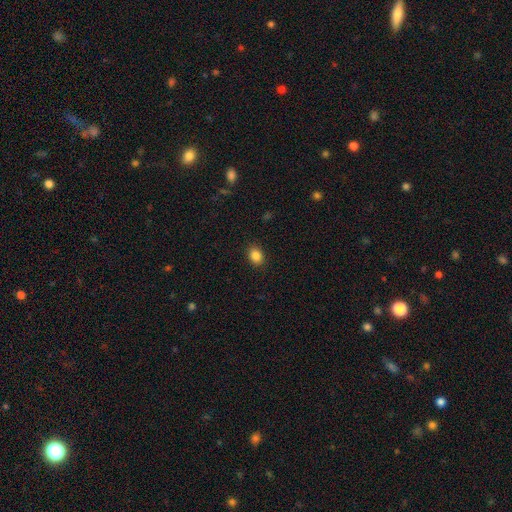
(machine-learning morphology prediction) Q: Smooth or featured?
A: smooth (86%); runner-up: star or artifact (10%)
Q: How rounded?
A: in between (57%); runner-up: round (42%)
Q: Merging?
A: none (89%); runner-up: minor disturbance (8%)